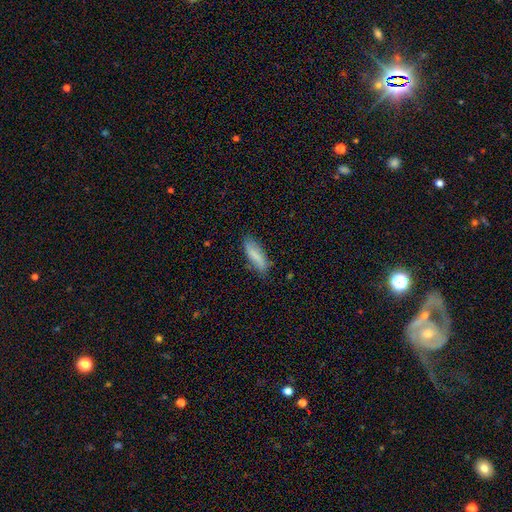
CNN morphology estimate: This is likely a smooth galaxy (74%). How rounded: possibly in between (56%). Merging: likely none (70%).